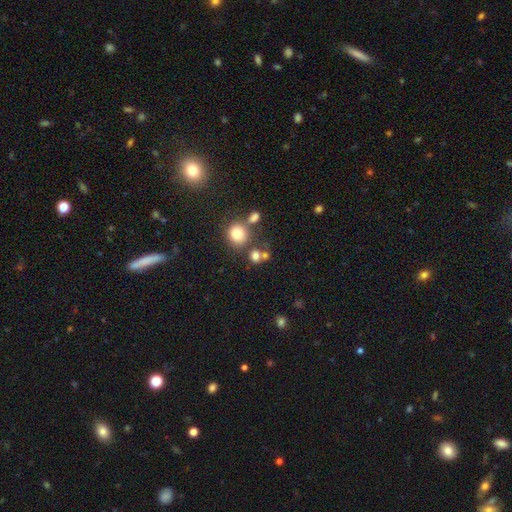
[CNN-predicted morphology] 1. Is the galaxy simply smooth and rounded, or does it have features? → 75% smooth, 16% star or artifact, 10% featured or disk.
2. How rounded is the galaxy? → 75% round, 24% in between, 1% cigar-shaped.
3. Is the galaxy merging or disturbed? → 54% none, 29% merger, 11% minor disturbance, 6% major disturbance.